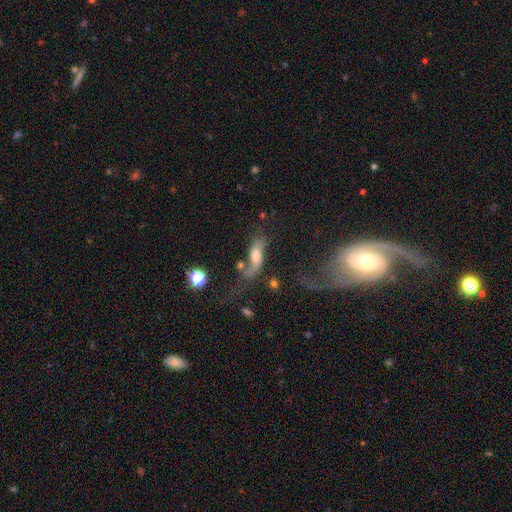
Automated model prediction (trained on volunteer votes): This appears to be a featured or disk galaxy (49%). Merging: major disturbance (32%).